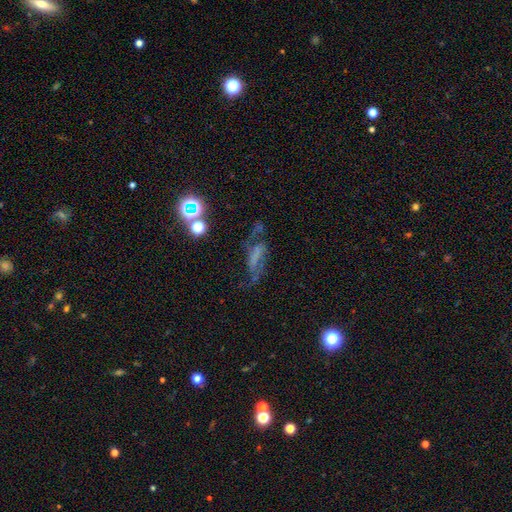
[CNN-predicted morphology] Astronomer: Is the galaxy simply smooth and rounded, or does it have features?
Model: featured or disk — 54%.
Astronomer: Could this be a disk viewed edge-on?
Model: no — 86%.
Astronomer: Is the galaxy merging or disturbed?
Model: none — 45% (runner-up: major disturbance, 28%).